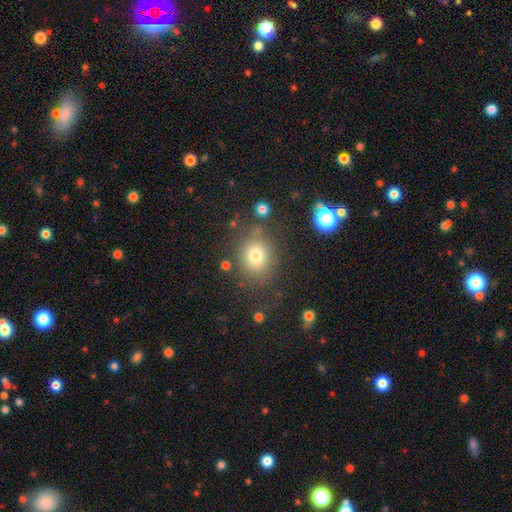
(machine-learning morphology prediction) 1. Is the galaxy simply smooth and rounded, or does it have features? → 76% smooth, 14% star or artifact, 10% featured or disk.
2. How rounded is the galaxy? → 68% round, 31% in between, 1% cigar-shaped.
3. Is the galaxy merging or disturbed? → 75% none, 13% minor disturbance, 7% major disturbance, 5% merger.